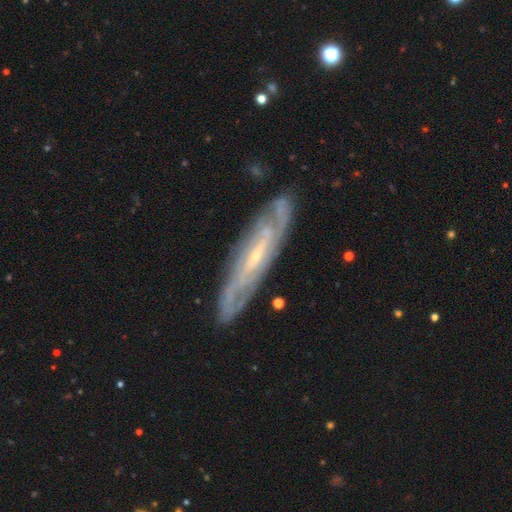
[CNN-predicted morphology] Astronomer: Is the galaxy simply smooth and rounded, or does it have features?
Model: featured or disk — 82%.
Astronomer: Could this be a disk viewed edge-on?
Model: no — 68%.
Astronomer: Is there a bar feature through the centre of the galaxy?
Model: weak — 40% (runner-up: no, 37%).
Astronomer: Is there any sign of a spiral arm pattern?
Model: yes — 92%.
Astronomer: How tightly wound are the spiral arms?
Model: tight — 56% (runner-up: medium, 33%).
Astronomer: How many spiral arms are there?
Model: can't tell — 40% (runner-up: 2, 33%).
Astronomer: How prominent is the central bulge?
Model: small — 75%.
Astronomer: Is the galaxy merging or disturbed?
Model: none — 82%.